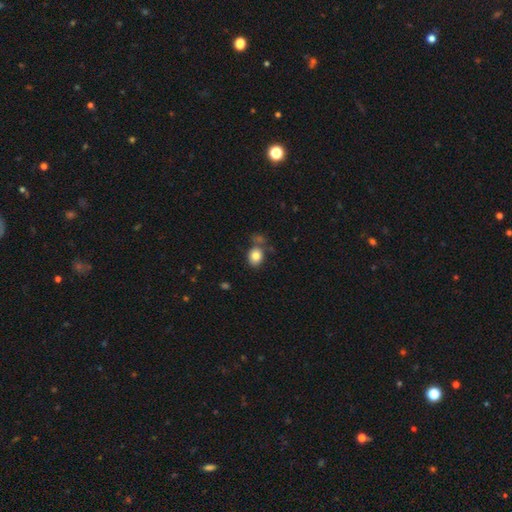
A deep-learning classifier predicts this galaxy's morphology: Smooth or featured? Predicted: smooth (p=0.82). How rounded? Predicted: in between (p=0.51). Merging? Predicted: none (p=0.63).